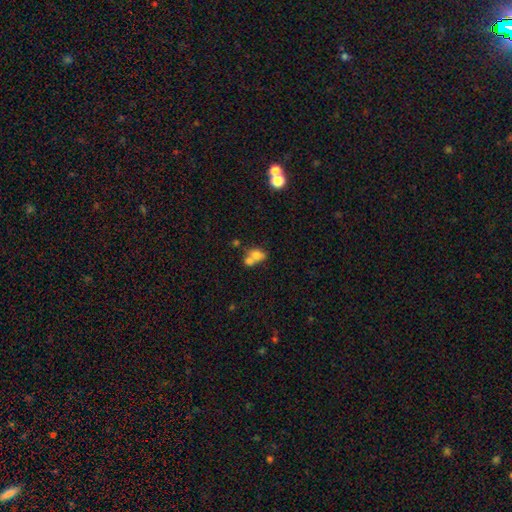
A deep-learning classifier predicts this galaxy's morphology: smooth_or_featured: smooth (p=0.72) [alt: featured or disk p=0.17]
how_rounded: in between (p=0.61) [alt: round p=0.37]
merging: merger (p=0.63) [alt: none p=0.25]